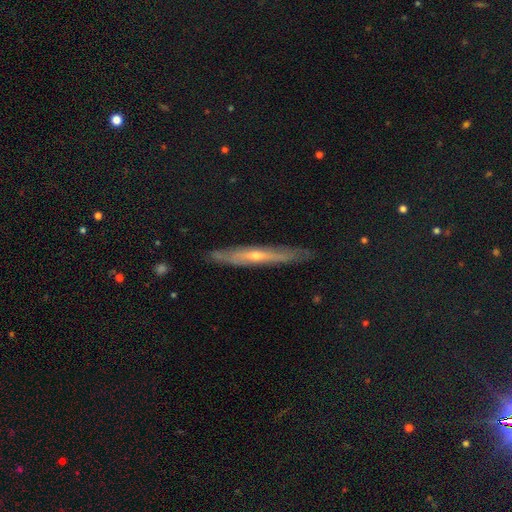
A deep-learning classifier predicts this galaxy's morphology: smooth_or_featured: featured or disk (p=0.68) [alt: smooth p=0.22]
disk_edge_on: yes (p=0.87) [alt: no p=0.13]
edge_on_bulge: rounded (p=0.69) [alt: none p=0.28]
merging: none (p=0.85) [alt: minor disturbance p=0.12]